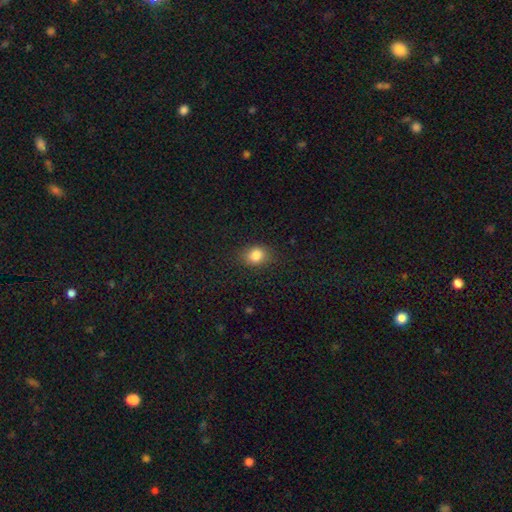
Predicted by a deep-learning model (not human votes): Smooth or featured? Predicted: smooth (p=0.84). How rounded? Predicted: in between (p=0.52). Merging? Predicted: none (p=0.83).